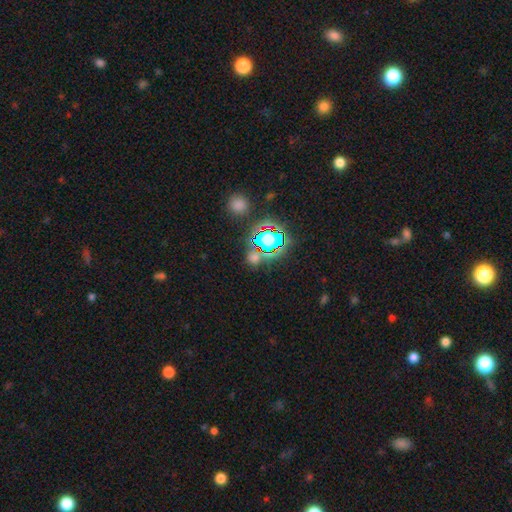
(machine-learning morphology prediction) Overall: star or artifact (70%).